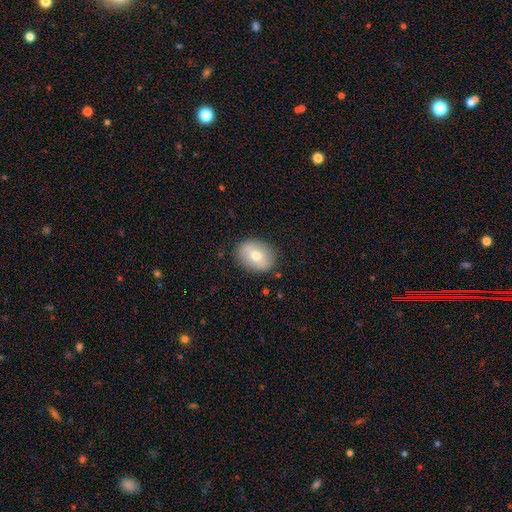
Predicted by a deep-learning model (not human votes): Morphology: type=smooth (68%); roundness=in between (64%); merging=none (85%).